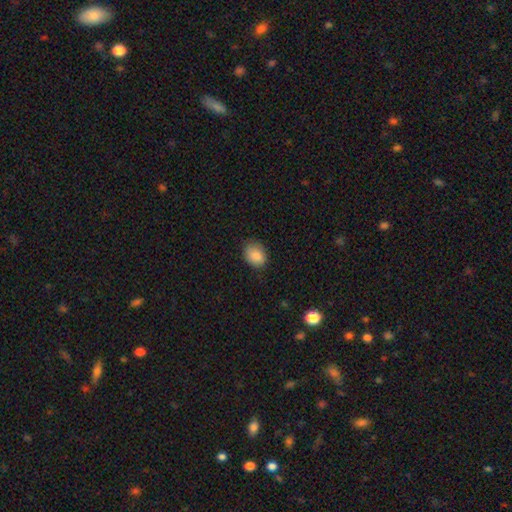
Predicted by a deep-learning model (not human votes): Smooth or featured? Predicted: smooth (p=0.87). How rounded? Predicted: in between (p=0.62). Merging? Predicted: none (p=0.77).